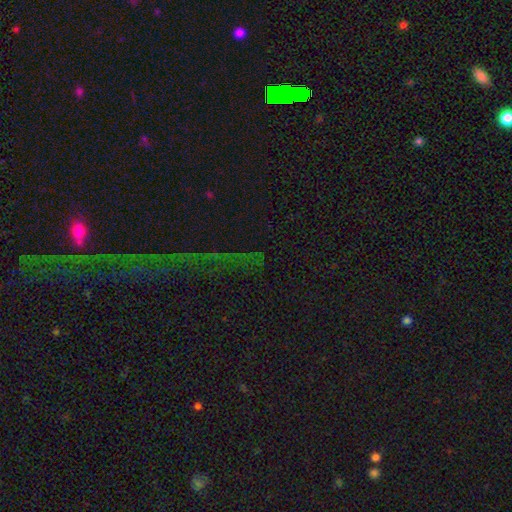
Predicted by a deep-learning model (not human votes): Morphology: type=star or artifact (81%).